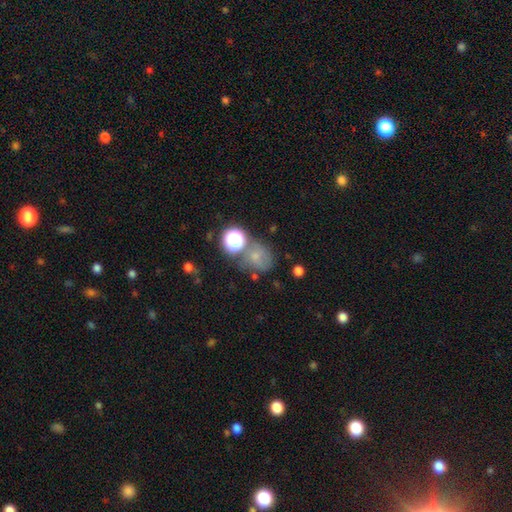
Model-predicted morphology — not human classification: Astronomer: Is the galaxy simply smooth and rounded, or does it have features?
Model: smooth — 58%.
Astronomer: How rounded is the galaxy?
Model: round — 68%.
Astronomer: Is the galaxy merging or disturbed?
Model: none — 51%.